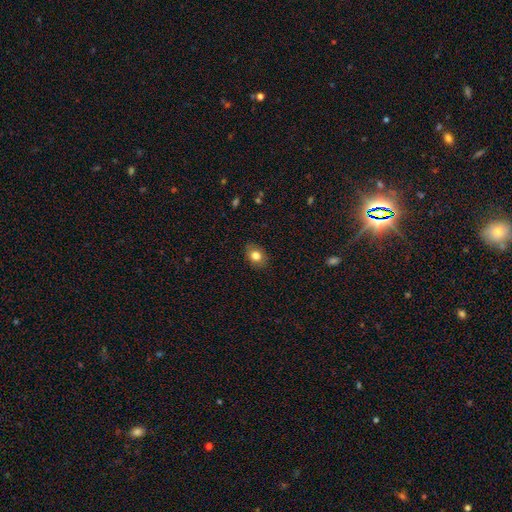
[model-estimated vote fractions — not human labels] This is likely a smooth galaxy (80%). How rounded: likely in between (64%). Merging: clearly none (86%).